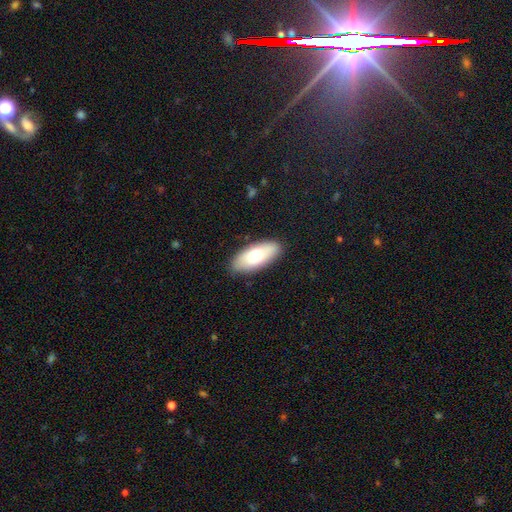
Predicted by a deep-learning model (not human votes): A smooth galaxy with no disk features (74%) that is in between round and cigar-shaped (86%). Merging: none (87%).